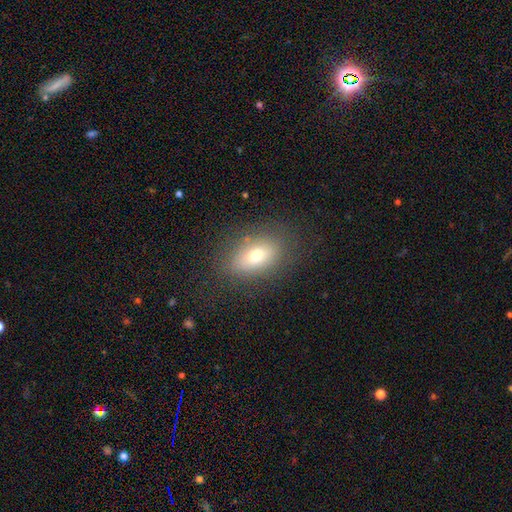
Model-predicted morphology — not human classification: Q: Smooth or featured?
A: smooth (70%); runner-up: featured or disk (19%)
Q: How rounded?
A: in between (84%); runner-up: round (12%)
Q: Merging?
A: none (81%); runner-up: minor disturbance (12%)